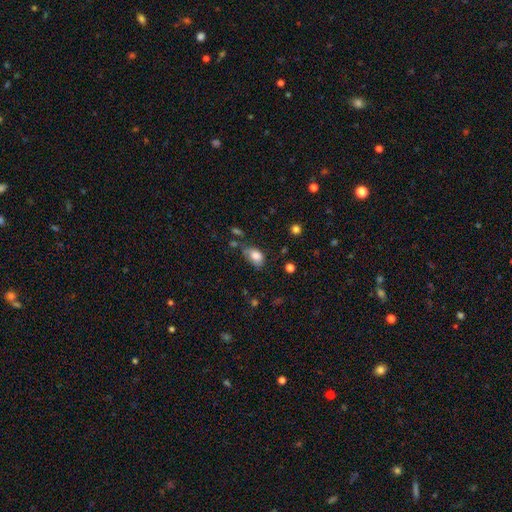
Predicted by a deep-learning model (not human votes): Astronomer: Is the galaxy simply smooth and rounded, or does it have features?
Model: smooth — 81%.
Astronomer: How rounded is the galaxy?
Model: in between — 85%.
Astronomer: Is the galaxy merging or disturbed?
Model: none — 44% (runner-up: minor disturbance, 35%).